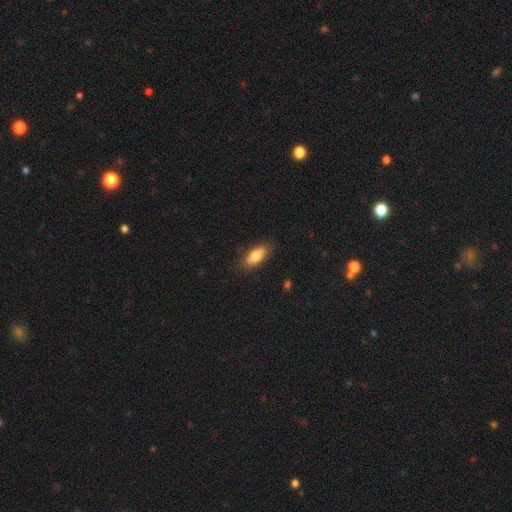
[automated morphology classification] Smooth or featured? Predicted: smooth (p=0.79). How rounded? Predicted: in between (p=0.83). Merging? Predicted: none (p=0.83).